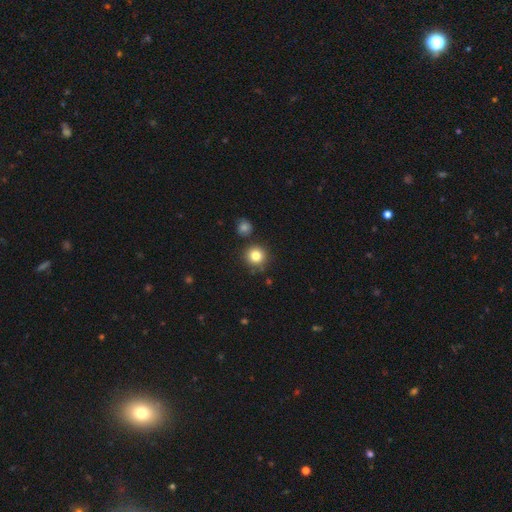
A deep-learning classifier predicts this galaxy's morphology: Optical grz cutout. It shows a smooth galaxy with no disk features (83%) that is round (93%). Merging: none (83%).